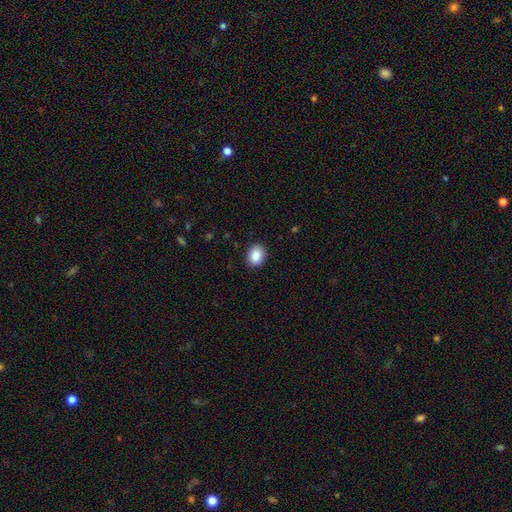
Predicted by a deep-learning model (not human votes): This appears to be a smooth galaxy with no disk features (87%) that is in between round and cigar-shaped (60%). Merging: none (90%).